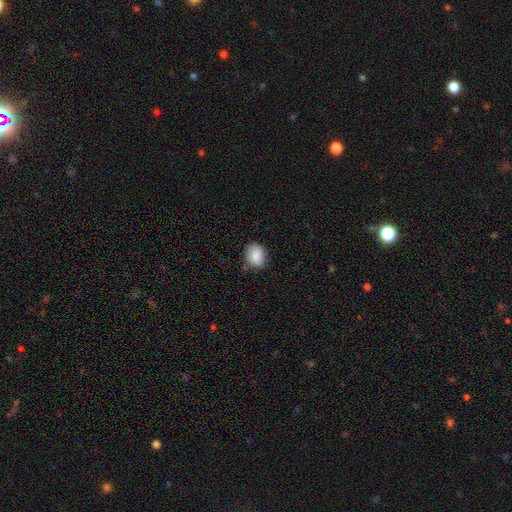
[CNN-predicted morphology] The model was most divided on "how rounded": in between: 56%, round: 43%, cigar-shaped: 1%. More confident: smooth or featured — smooth (86%); merging — none (78%).